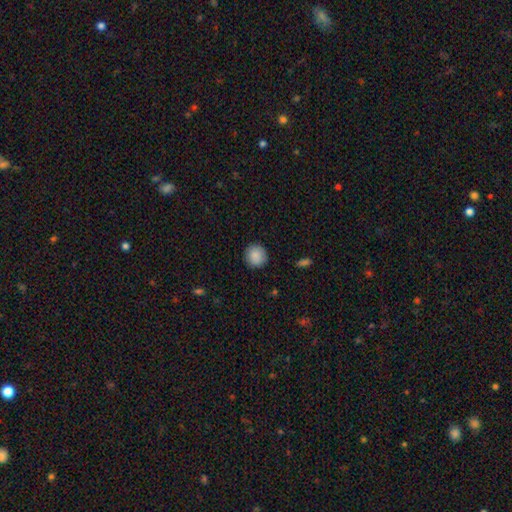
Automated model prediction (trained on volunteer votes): Smooth or featured? smooth (88%)
How rounded? round (92%)
Merging? none (89%)